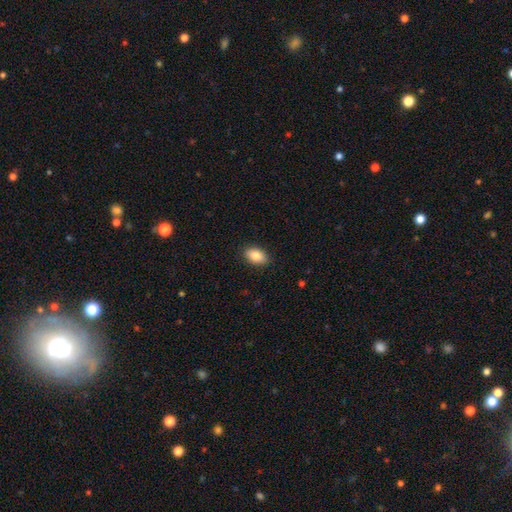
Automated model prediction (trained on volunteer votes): Smooth or featured: smooth — 85% (featured or disk — 8%)
How rounded: in between — 90% (round — 8%)
Merging: none — 88% (minor disturbance — 9%)